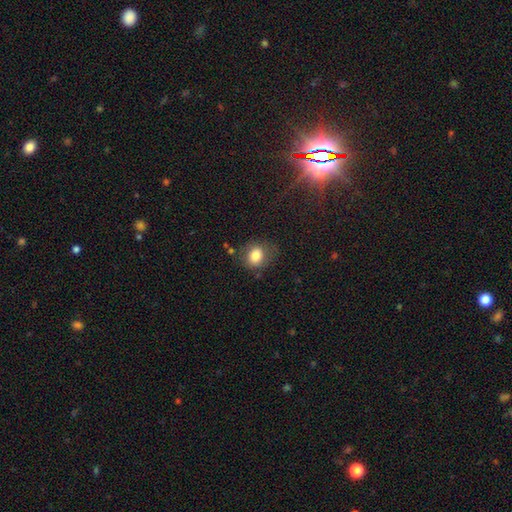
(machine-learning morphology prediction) Smooth or featured? smooth (81%)
How rounded? round (52%)
Merging? none (70%)